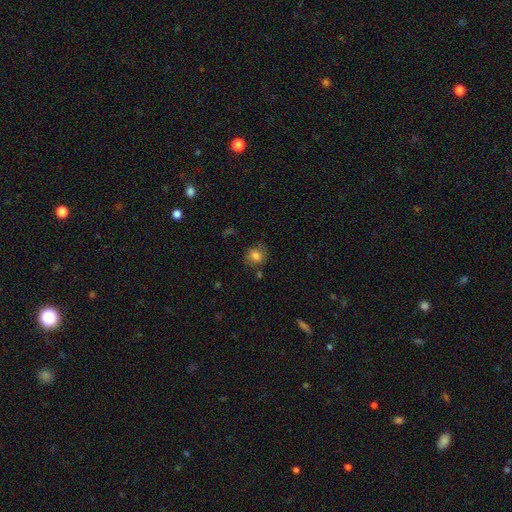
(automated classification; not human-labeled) smooth 81%, star or artifact 10%, featured or disk 9%. Down the decision tree: how rounded — round (72%); merging — none (73%).